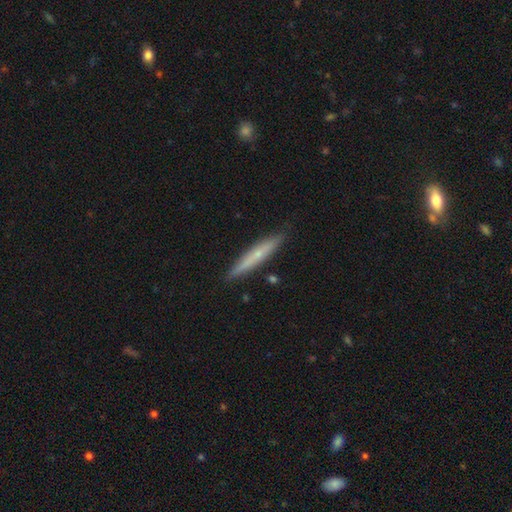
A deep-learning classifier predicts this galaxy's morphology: A smooth galaxy with no disk features (53%) that is cigar-shaped (94%). Merging: none (88%).